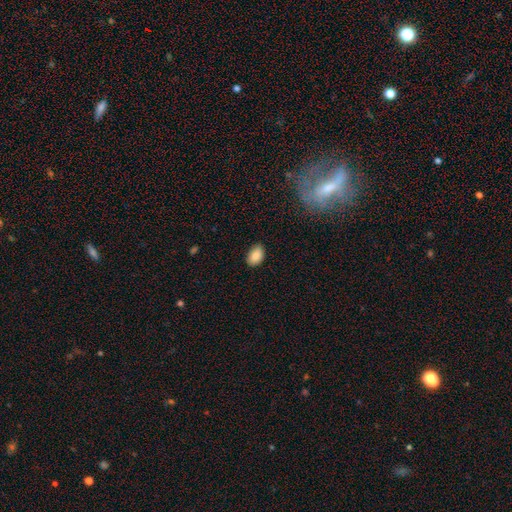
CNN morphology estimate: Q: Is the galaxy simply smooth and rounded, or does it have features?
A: smooth — 88%.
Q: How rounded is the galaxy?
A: in between — 89%.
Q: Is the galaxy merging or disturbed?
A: none — 81%.